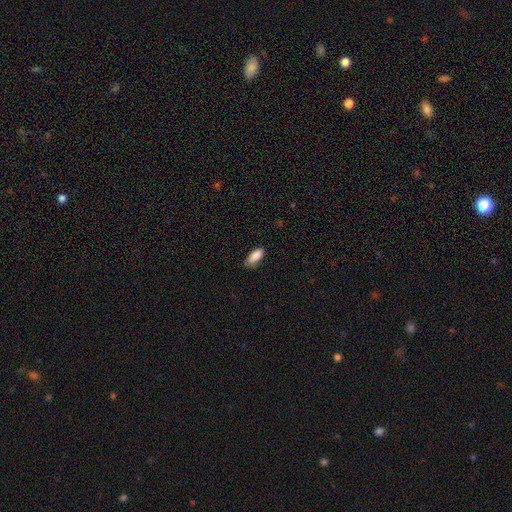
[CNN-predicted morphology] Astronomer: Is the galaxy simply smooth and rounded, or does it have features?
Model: smooth — 87%.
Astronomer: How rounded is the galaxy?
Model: in between — 86%.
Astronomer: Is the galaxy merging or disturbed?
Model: none — 69%.